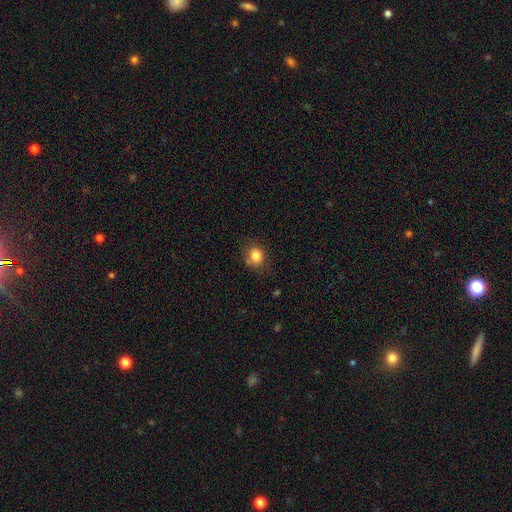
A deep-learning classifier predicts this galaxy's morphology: This is clearly a smooth galaxy (83%). How rounded: likely round (72%). Merging: likely none (76%).